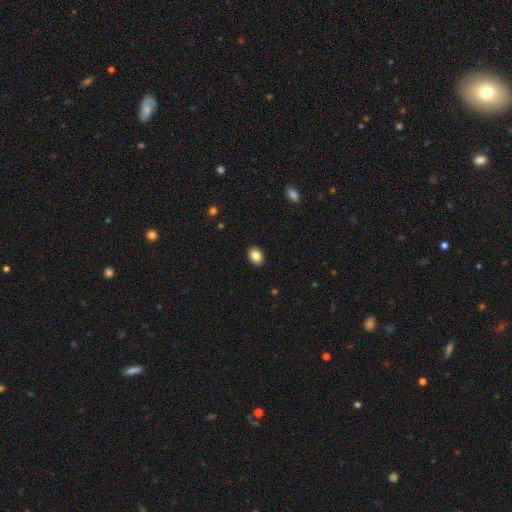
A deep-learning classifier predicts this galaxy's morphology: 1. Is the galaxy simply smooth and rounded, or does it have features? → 85% smooth, 9% star or artifact, 7% featured or disk.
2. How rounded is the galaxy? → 66% in between, 33% round, 1% cigar-shaped.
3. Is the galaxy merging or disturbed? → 91% none, 6% minor disturbance, 2% major disturbance, 1% merger.